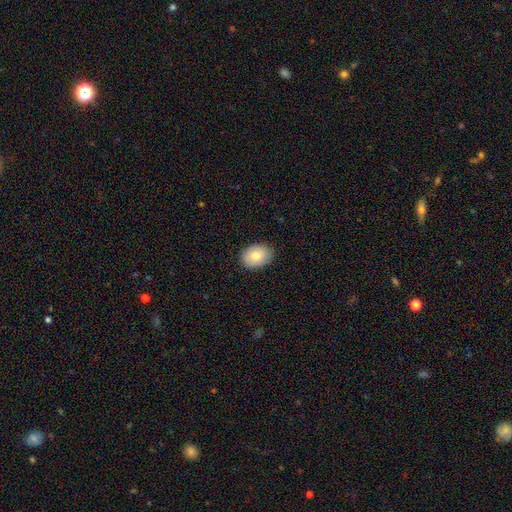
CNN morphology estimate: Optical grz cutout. It shows a smooth galaxy with no disk features (80%) that is in between round and cigar-shaped (75%). Merging: none (87%).